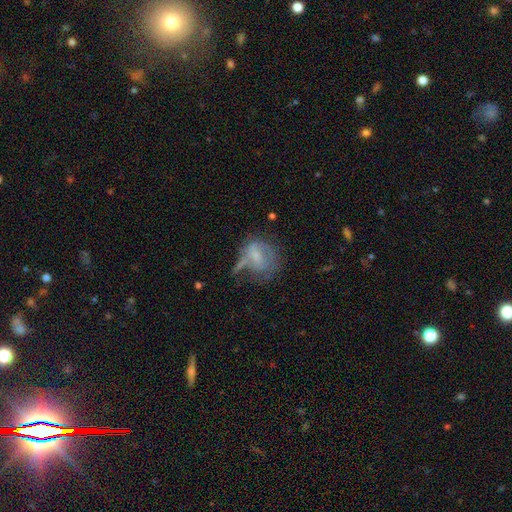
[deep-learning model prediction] smooth 46%, featured or disk 44%, star or artifact 10%. Down the decision tree: merging — major disturbance (33%).